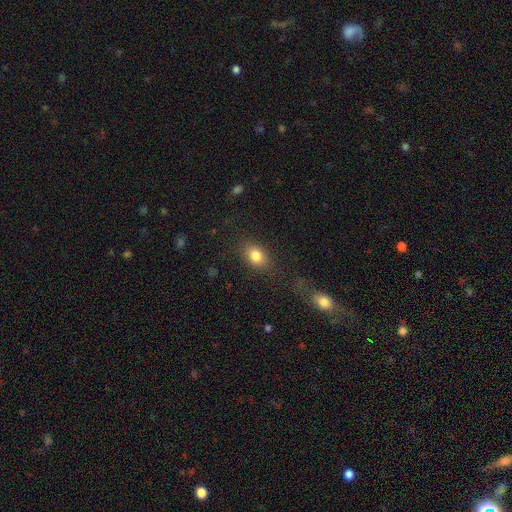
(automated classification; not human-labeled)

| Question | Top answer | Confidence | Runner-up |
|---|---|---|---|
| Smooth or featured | smooth | 82% | star or artifact (10%) |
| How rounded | in between | 70% | round (28%) |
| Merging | none | 81% | minor disturbance (12%) |